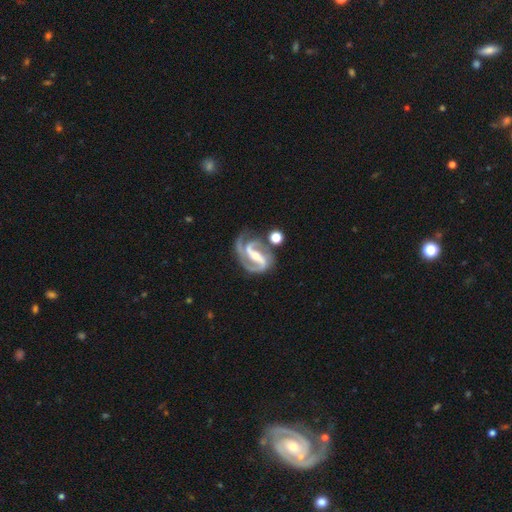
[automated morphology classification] Smooth or featured: featured or disk — 92% (star or artifact — 4%)
Edge-on disk: no — 97% (yes — 3%)
Bar: strong — 66% (weak — 24%)
Spiral arms: yes — 98% (no — 2%)
Spiral winding: medium — 57% (tight — 30%)
Spiral arm count: 2 — 75% (3 — 17%)
Bulge size: small — 52% (moderate — 43%)
Merging: none — 62% (minor disturbance — 19%)